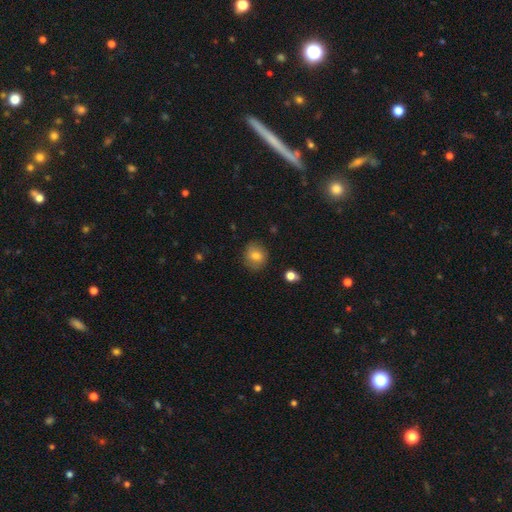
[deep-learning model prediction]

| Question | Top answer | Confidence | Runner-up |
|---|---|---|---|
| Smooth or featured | smooth | 77% | featured or disk (14%) |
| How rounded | round | 73% | in between (26%) |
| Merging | none | 81% | minor disturbance (14%) |